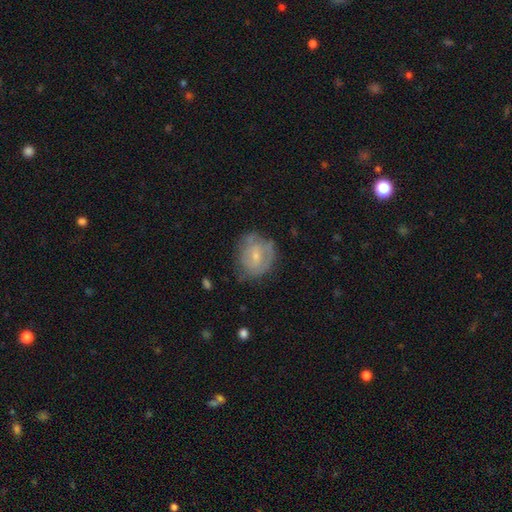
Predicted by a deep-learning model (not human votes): Overall: featured or disk (53%; smooth 40%). Edge-on disk: no (97%). Bar: no (50%; weak 42%). Spiral arms: yes (61%; no 39%). Bulge size: small (60%; moderate 32%). Merging: none (62%; minor disturbance 26%).